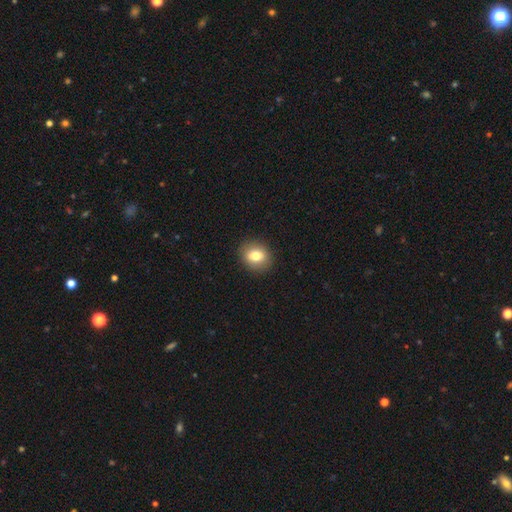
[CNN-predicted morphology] The model was most divided on "how rounded": round: 61%, in between: 38%, cigar-shaped: 1%. More confident: merging — none (90%); smooth or featured — smooth (78%).